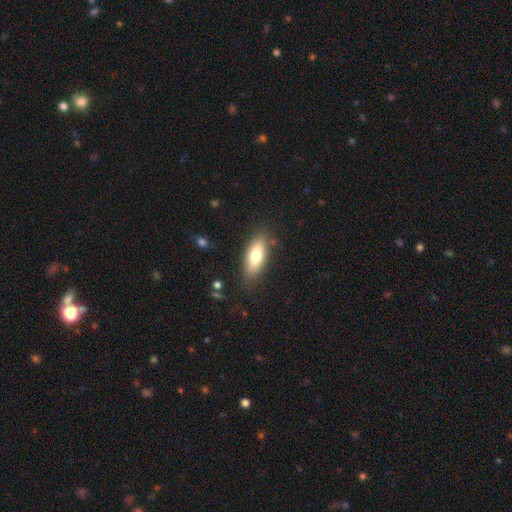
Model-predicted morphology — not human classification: A smooth galaxy with no disk features (74%) that is in between round and cigar-shaped (75%).

Vote fractions:
- Smooth or featured? smooth: 74% / featured or disk: 20% / star or artifact: 7%
- How rounded? in between: 75% / cigar-shaped: 23% / round: 3%
- Merging? none: 84% / minor disturbance: 12% / major disturbance: 3% / merger: 2%